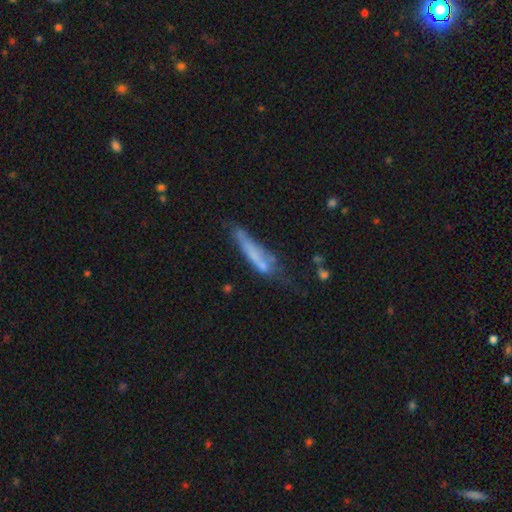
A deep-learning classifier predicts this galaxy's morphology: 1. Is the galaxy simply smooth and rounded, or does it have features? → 51% smooth, 39% featured or disk, 10% star or artifact.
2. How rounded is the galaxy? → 88% cigar-shaped, 10% in between, 2% round.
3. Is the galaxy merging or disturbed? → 41% none, 28% minor disturbance, 20% major disturbance, 11% merger.